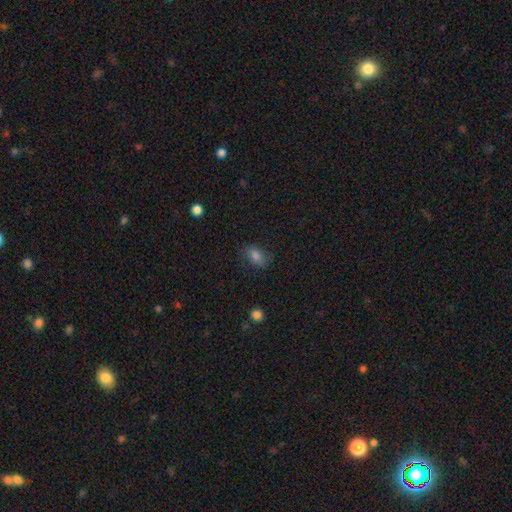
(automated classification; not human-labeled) This appears to be a smooth galaxy with no disk features (76%) that is in between round and cigar-shaped (84%). Merging: none (74%).